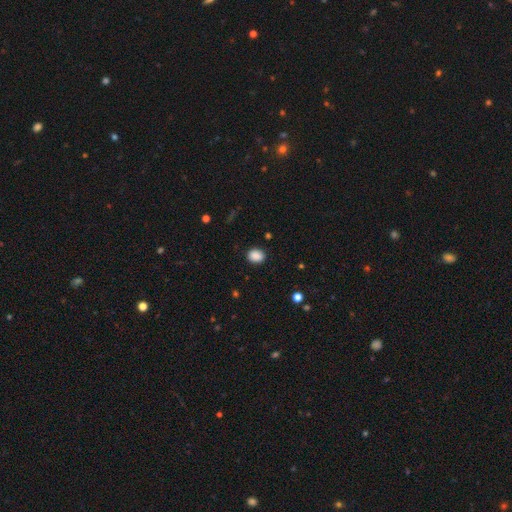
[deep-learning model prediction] Smooth or featured? Predicted: smooth (p=0.88). How rounded? Predicted: in between (p=0.50). Merging? Predicted: none (p=0.88).